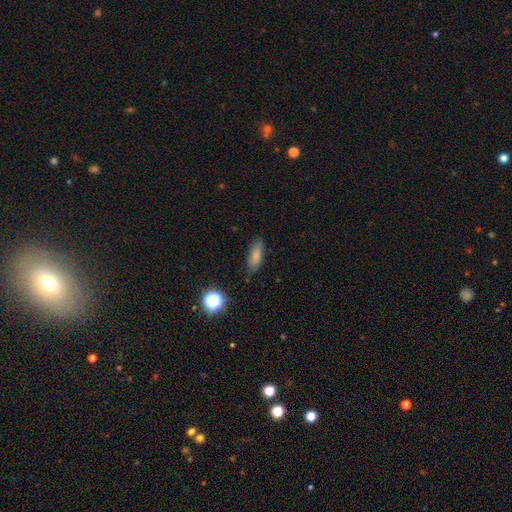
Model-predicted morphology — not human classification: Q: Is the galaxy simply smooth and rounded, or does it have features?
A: smooth — 79%.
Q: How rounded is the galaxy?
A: in between — 65%.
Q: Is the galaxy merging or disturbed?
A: none — 80%.